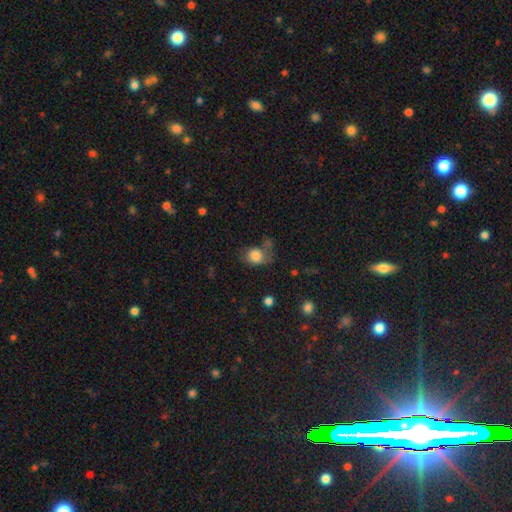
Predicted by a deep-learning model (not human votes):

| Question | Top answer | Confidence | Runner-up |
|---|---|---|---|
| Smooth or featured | smooth | 80% | featured or disk (11%) |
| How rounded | in between | 50% | round (49%) |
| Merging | none | 41% | minor disturbance (27%) |